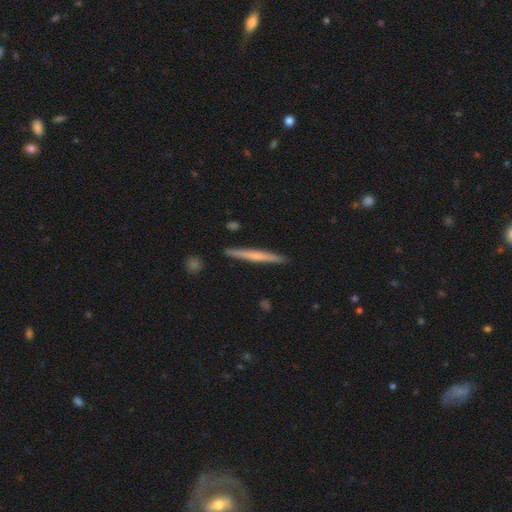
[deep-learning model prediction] A featured or disk galaxy (47%, tied with smooth).

Vote fractions:
- Smooth or featured? featured or disk: 47% (tied) / smooth: 47% (tied) / star or artifact: 5%
- Merging? none: 91% / minor disturbance: 7% / merger: 1% / major disturbance: 1%